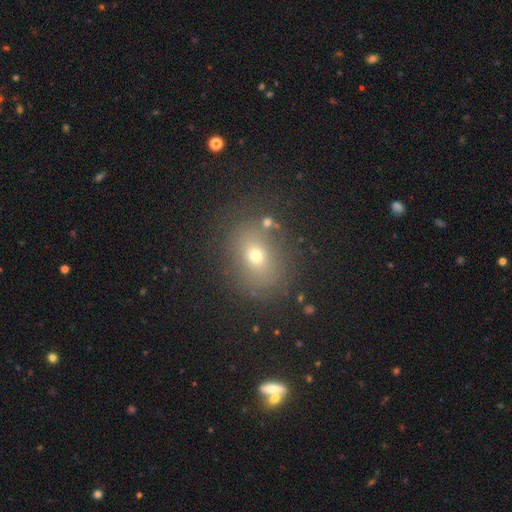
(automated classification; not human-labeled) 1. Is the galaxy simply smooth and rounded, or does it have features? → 64% smooth, 21% star or artifact, 16% featured or disk.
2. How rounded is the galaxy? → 50% in between, 48% round, 1% cigar-shaped.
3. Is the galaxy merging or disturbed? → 78% none, 12% minor disturbance, 5% major disturbance, 5% merger.